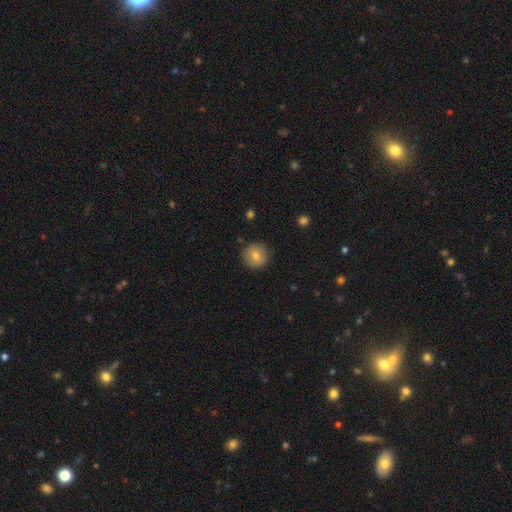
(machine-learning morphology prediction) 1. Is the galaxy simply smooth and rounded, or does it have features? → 76% smooth, 15% featured or disk, 9% star or artifact.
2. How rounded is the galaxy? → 93% round, 6% in between, 1% cigar-shaped.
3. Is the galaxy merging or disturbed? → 88% none, 9% minor disturbance, 2% major disturbance, 1% merger.